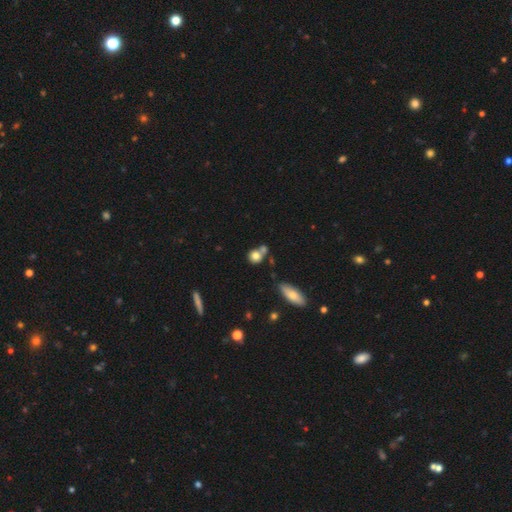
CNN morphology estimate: smooth 77%, featured or disk 12%, star or artifact 11%. Down the decision tree: how rounded — round (74%); merging — none (50%).